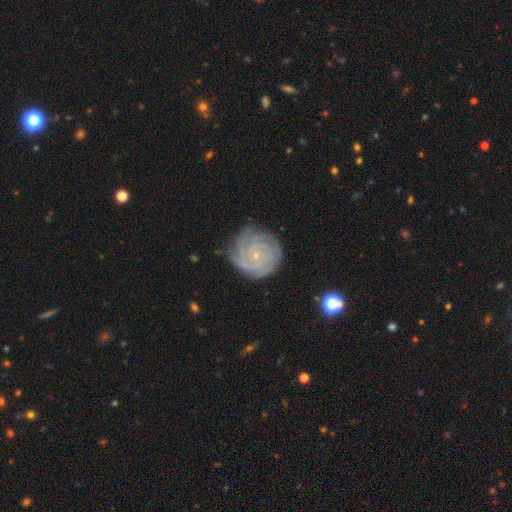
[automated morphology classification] featured or disk 82%, smooth 11%, star or artifact 7%. Down the decision tree: edge-on disk — no (98%); bar — no (80%); spiral arms — yes (96%); spiral arm count — can't tell (27%); spiral winding — tight (81%); bulge size — small (85%); merging — none (73%).